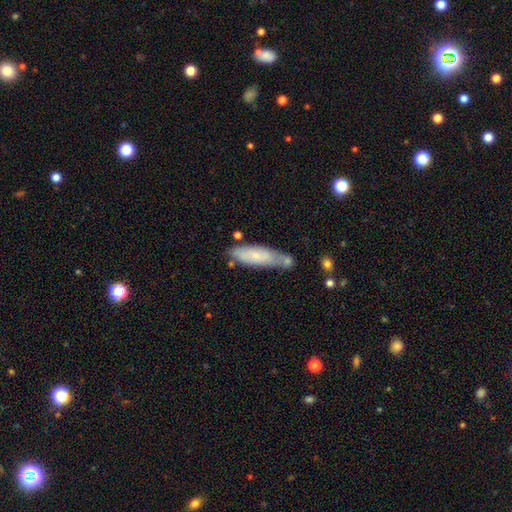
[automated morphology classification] Q: Smooth or featured?
A: smooth (64%); runner-up: featured or disk (30%)
Q: How rounded?
A: cigar-shaped (57%); runner-up: in between (41%)
Q: Merging?
A: none (53%); runner-up: minor disturbance (24%)